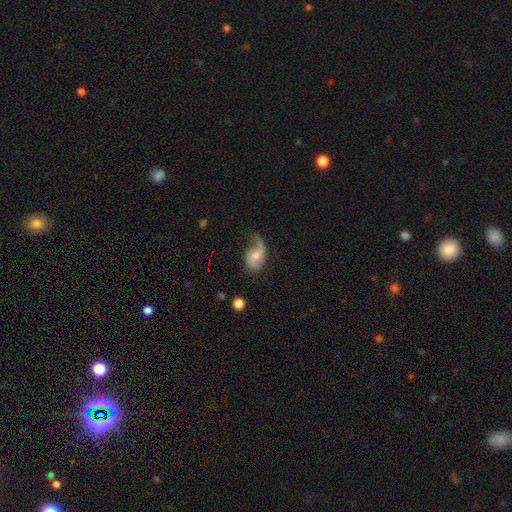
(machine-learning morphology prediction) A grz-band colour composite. It shows a featured or disk galaxy (61%) with no bar (68%), 1 (54%) loose (67%) spiral arms (87%) and a moderate central bulge (52%). Merging: none (35%).